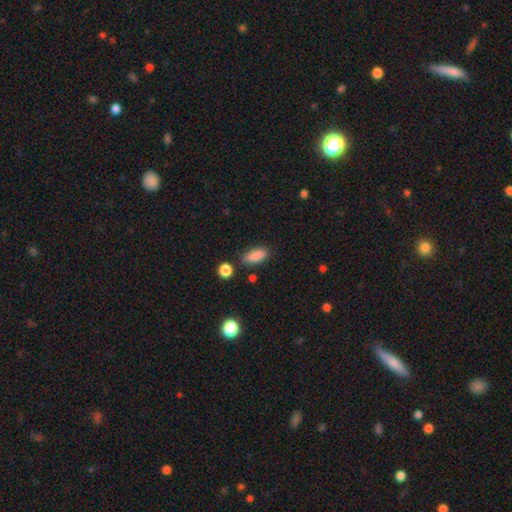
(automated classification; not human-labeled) Smooth or featured? smooth (87%)
How rounded? in between (79%)
Merging? none (82%)